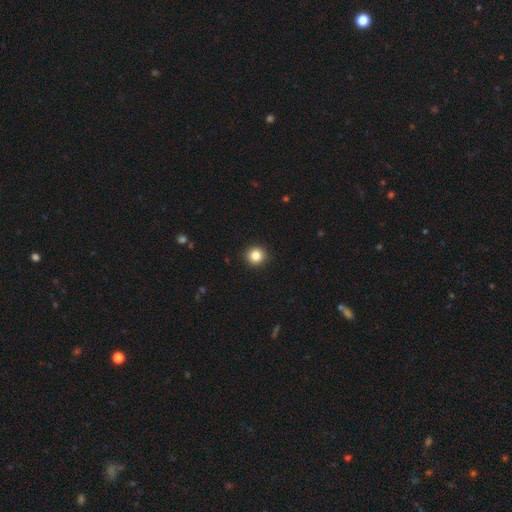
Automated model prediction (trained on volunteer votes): This appears to be a smooth galaxy with no disk features (85%) that is round (94%). Merging: none (93%).